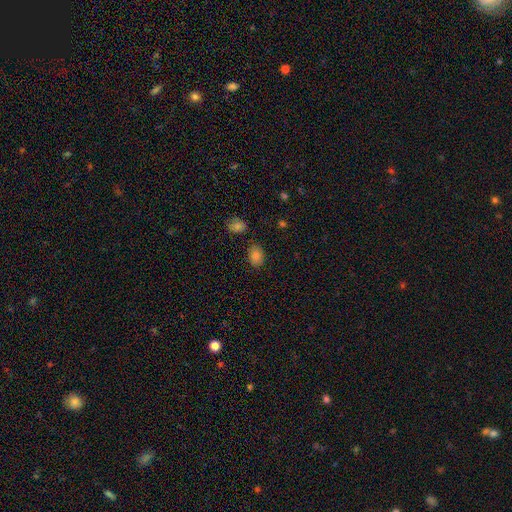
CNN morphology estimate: smooth_or_featured: smooth (p=0.83) [alt: star or artifact p=0.10]
how_rounded: in between (p=0.75) [alt: round p=0.24]
merging: none (p=0.82) [alt: minor disturbance p=0.12]